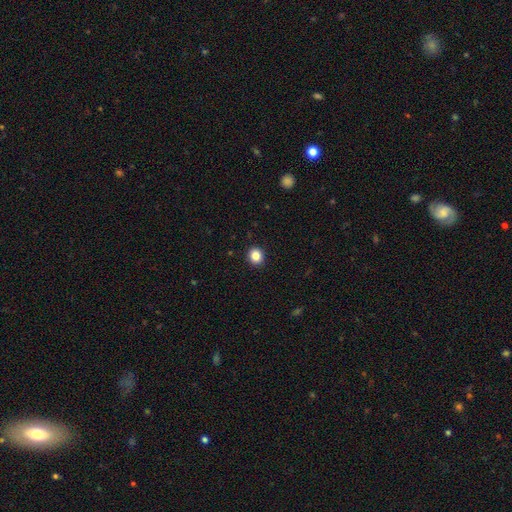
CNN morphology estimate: smooth_or_featured: smooth (p=0.85) [alt: star or artifact p=0.10]
how_rounded: round (p=0.80) [alt: in between p=0.19]
merging: none (p=0.92) [alt: minor disturbance p=0.05]